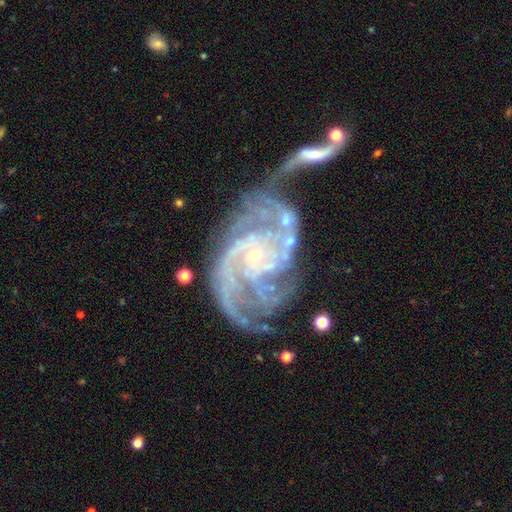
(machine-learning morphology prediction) Smooth or featured? Predicted: featured or disk (p=0.91). Edge-on disk? Predicted: no (p=0.98). Bar? Predicted: no (p=0.69). Spiral arms? Predicted: yes (p=0.97). Spiral winding? Predicted: tight (p=0.53). Spiral arm count? Predicted: 3 (p=0.22). Bulge size? Predicted: small (p=0.86). Merging? Predicted: merger (p=0.29, tied with none).